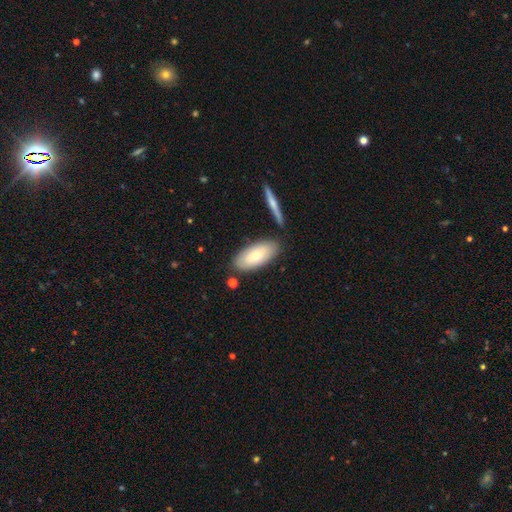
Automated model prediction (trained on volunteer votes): Smooth or featured: smooth — 74% (featured or disk — 21%)
How rounded: in between — 88% (cigar-shaped — 10%)
Merging: none — 78% (minor disturbance — 13%)